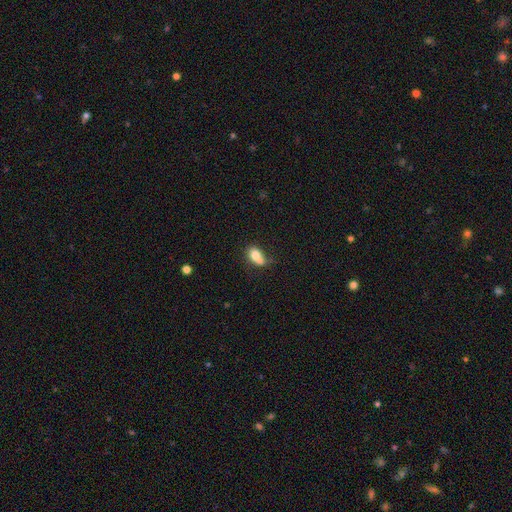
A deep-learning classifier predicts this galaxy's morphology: Smooth or featured? Predicted: smooth (p=0.75). How rounded? Predicted: in between (p=0.69). Merging? Predicted: merger (p=0.49).